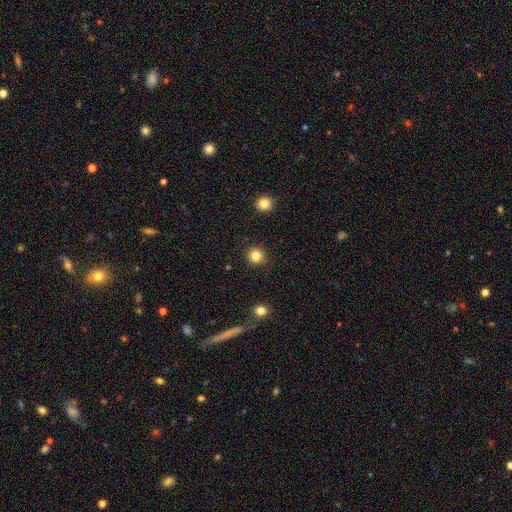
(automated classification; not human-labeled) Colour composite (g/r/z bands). It shows a smooth galaxy with no disk features (83%) that is round (94%). Merging: none (91%).